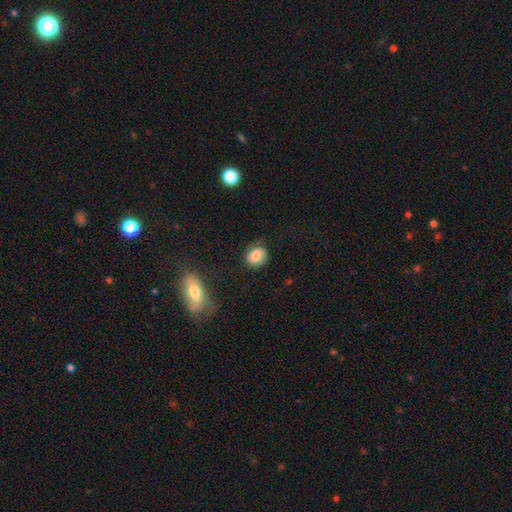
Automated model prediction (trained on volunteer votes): This appears to be a smooth galaxy with no disk features (79%) that is round (60%). Merging: none (70%).